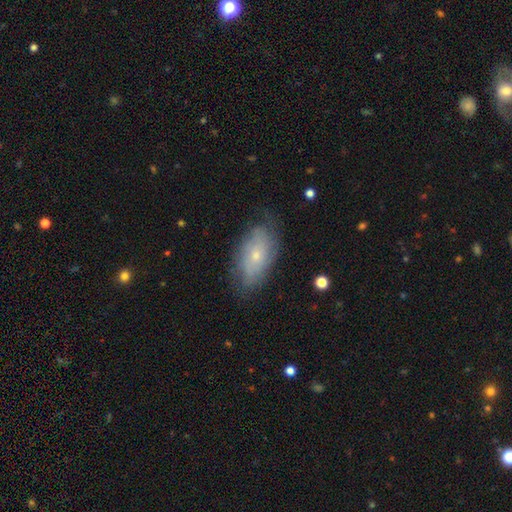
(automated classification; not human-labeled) smooth-or-featured: smooth: 49% | featured or disk: 43% | star or artifact: 8%
  merging: none: 71% | minor disturbance: 21% | major disturbance: 6% | merger: 1%